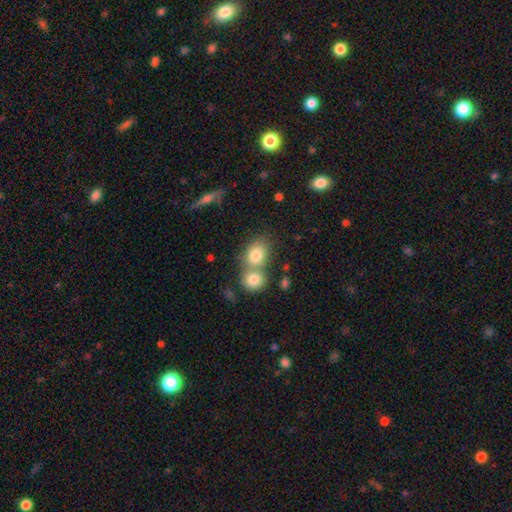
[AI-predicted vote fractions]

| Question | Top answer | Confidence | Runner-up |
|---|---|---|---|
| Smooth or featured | smooth | 80% | featured or disk (11%) |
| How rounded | in between | 51% | round (47%) |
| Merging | merger | 51% | none (37%) |